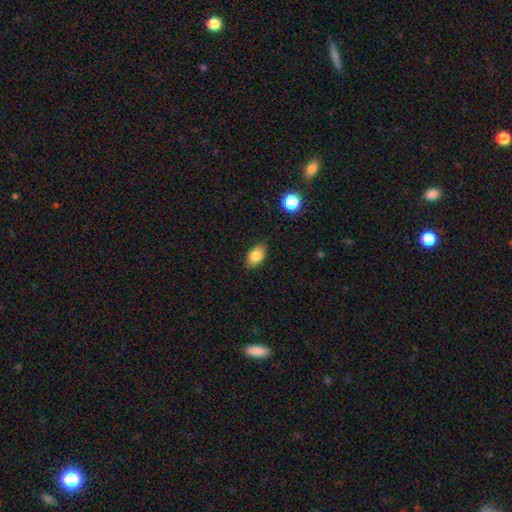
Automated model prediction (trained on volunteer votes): A smooth galaxy with no disk features (82%) that is in between round and cigar-shaped (85%).

Vote fractions:
- Smooth or featured? smooth: 82% / star or artifact: 9% / featured or disk: 9%
- How rounded? in between: 85% / round: 14% / cigar-shaped: 2%
- Merging? none: 83% / minor disturbance: 13% / major disturbance: 2% / merger: 1%